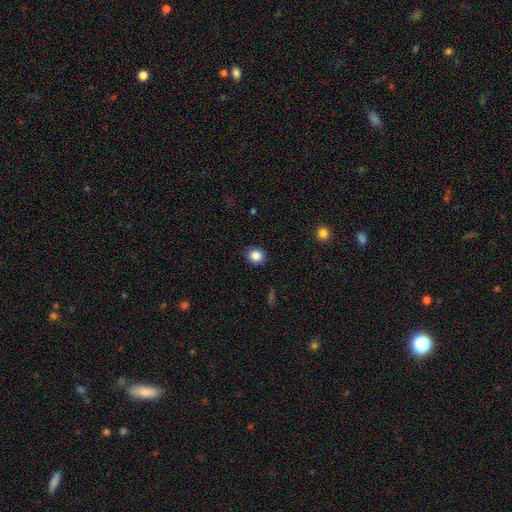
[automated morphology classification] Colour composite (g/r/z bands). It shows a smooth galaxy with no disk features (86%) that is round (79%). Merging: none (89%).